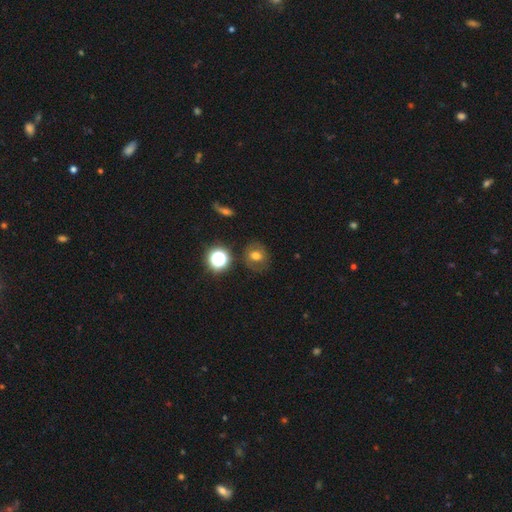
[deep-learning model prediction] smooth 56%, featured or disk 27%, star or artifact 17%. Down the decision tree: how rounded — round (68%); merging — none (78%).